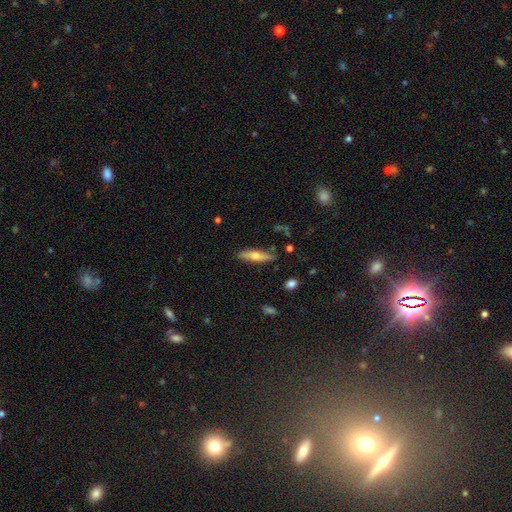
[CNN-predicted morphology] A smooth galaxy with no disk features (50%) that is cigar-shaped (78%).

Vote fractions:
- Smooth or featured? smooth: 50% / featured or disk: 43% / star or artifact: 7%
- How rounded? cigar-shaped: 78% / in between: 19% / round: 2%
- Merging? none: 85% / minor disturbance: 11% / major disturbance: 2% / merger: 2%